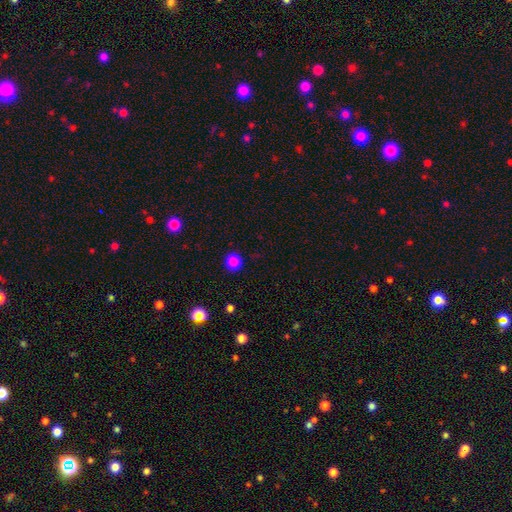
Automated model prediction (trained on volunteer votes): This appears to be a smooth galaxy with no disk features (81%) that is round (90%). Merging: none (92%).